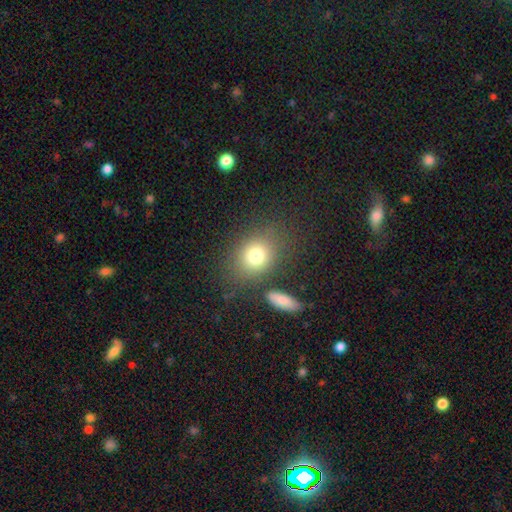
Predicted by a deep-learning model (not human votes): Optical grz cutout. It shows a smooth galaxy with no disk features (77%) that is round (56%). Merging: none (75%).